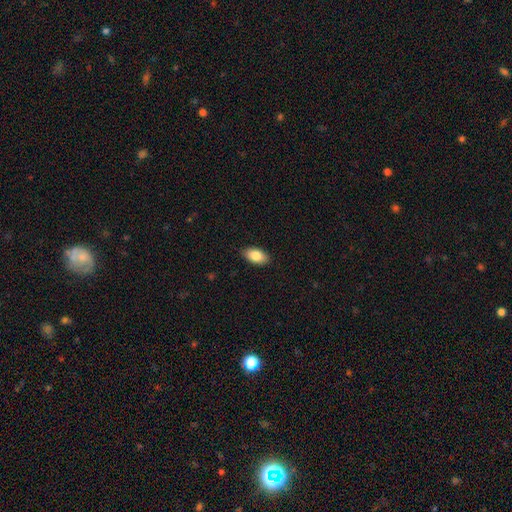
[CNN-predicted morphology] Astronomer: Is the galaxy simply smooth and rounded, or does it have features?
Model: smooth — 85%.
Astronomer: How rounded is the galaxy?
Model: in between — 93%.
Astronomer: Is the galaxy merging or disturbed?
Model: none — 88%.